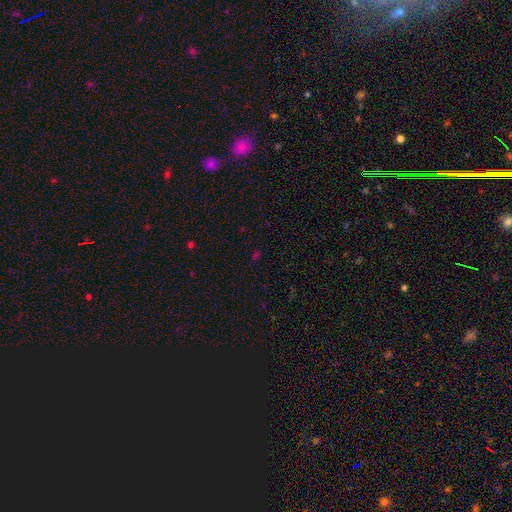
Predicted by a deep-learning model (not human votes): Smooth or featured? star or artifact (54%)